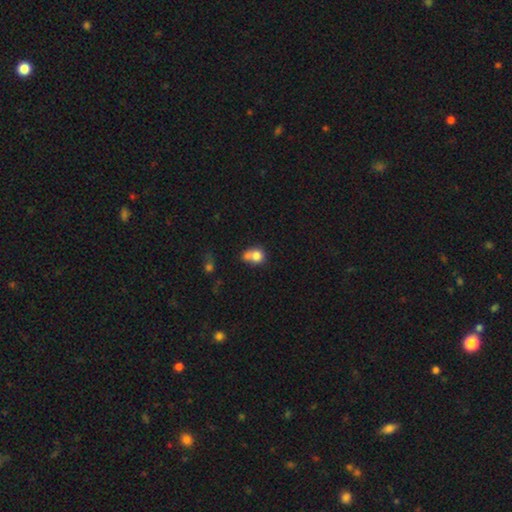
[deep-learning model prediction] A smooth galaxy with no disk features (77%) that is round (63%). Merging: merger (47%).